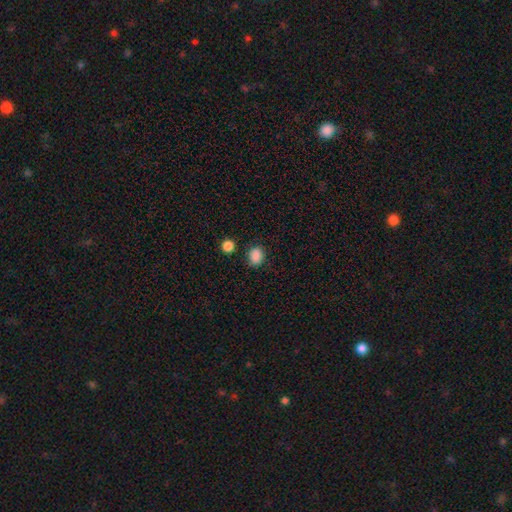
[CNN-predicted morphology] Smooth or featured? smooth (87%)
How rounded? in between (50%)
Merging? none (81%)